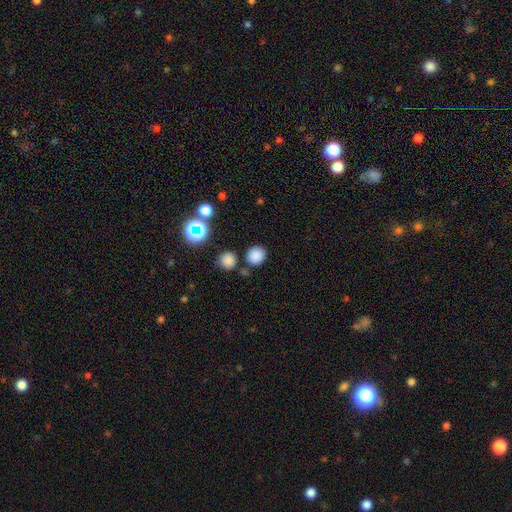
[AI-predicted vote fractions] smooth_or_featured: smooth (p=0.82) [alt: star or artifact p=0.14]
how_rounded: round (p=0.81) [alt: in between p=0.18]
merging: none (p=0.79) [alt: merger p=0.09]